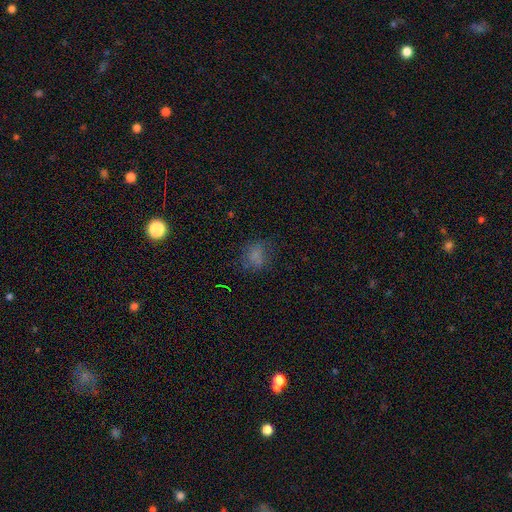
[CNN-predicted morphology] This appears to be a smooth galaxy with no disk features (69%) that is round (52%). Merging: none (65%).